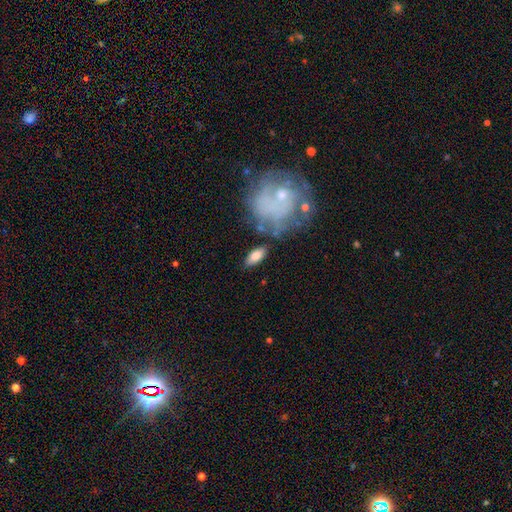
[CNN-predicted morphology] type=smooth (77%); roundness=in between (85%); merging=none (78%).